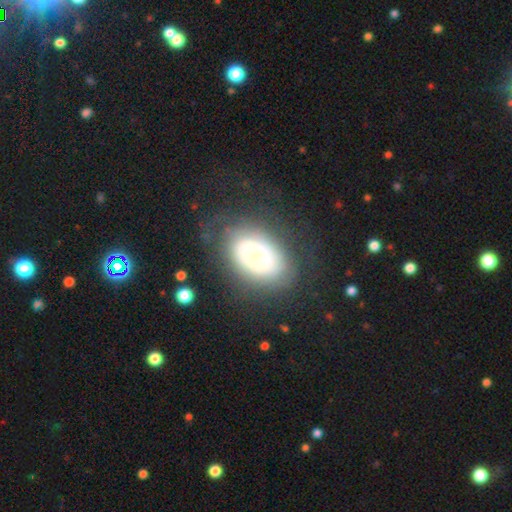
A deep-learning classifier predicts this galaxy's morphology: Overall: featured or disk (59%; smooth 34%). Edge-on disk: no (94%). Bar: no (85%). Spiral arms: no (52%; yes 48%). Bulge size: moderate (61%). Merging: none (66%).